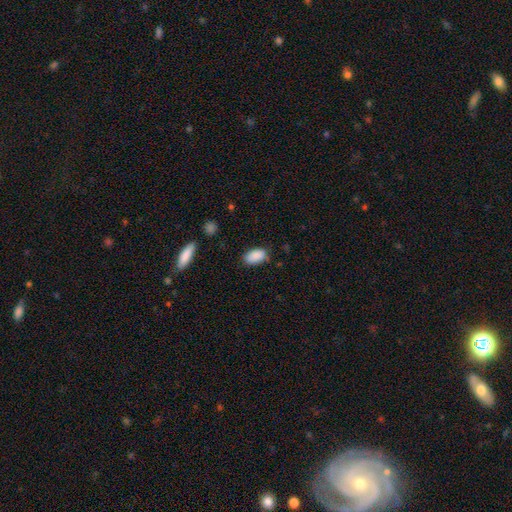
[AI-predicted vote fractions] Smooth or featured: smooth — 89% (star or artifact — 7%)
How rounded: in between — 93% (round — 4%)
Merging: none — 78% (minor disturbance — 17%)